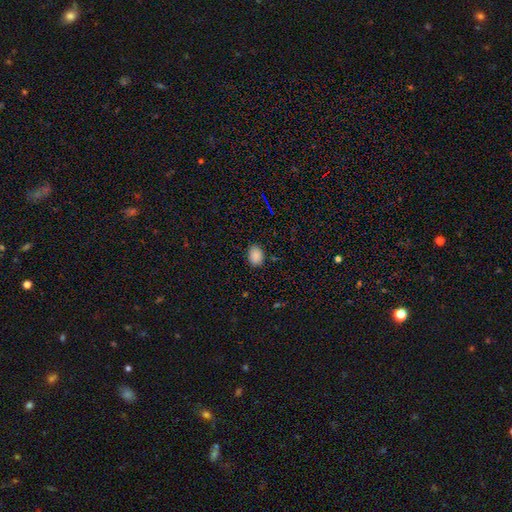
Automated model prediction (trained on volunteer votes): A smooth galaxy with no disk features (86%) that is in between round and cigar-shaped (70%).

Vote fractions:
- Smooth or featured? smooth: 86% / star or artifact: 10% / featured or disk: 4%
- How rounded? in between: 70% / round: 29% / cigar-shaped: 1%
- Merging? none: 85% / minor disturbance: 12% / major disturbance: 2% / merger: 1%